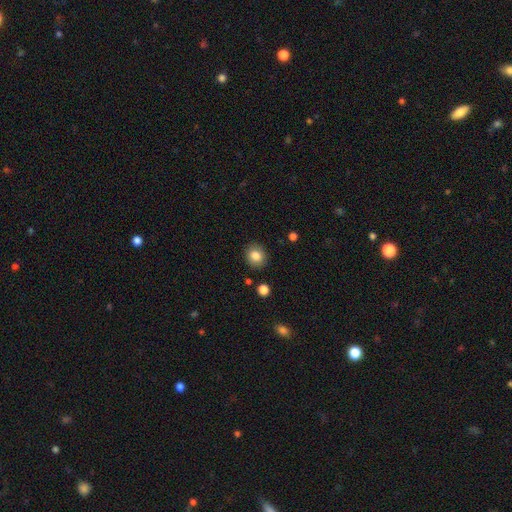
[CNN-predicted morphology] This appears to be a smooth galaxy with no disk features (84%) that is round (77%). Merging: none (89%).